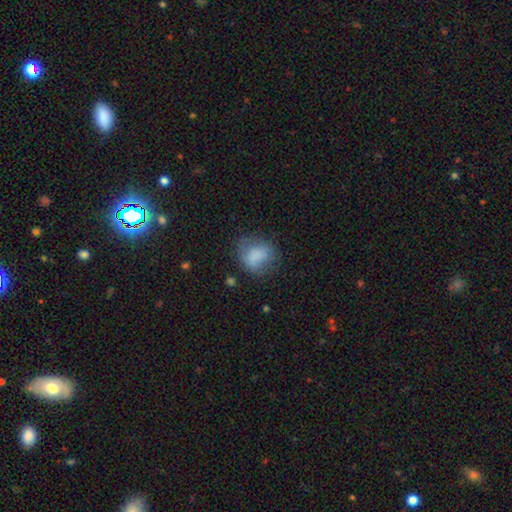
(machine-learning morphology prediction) This appears to be a smooth galaxy with no disk features (74%) that is round (56%). Merging: none (53%).